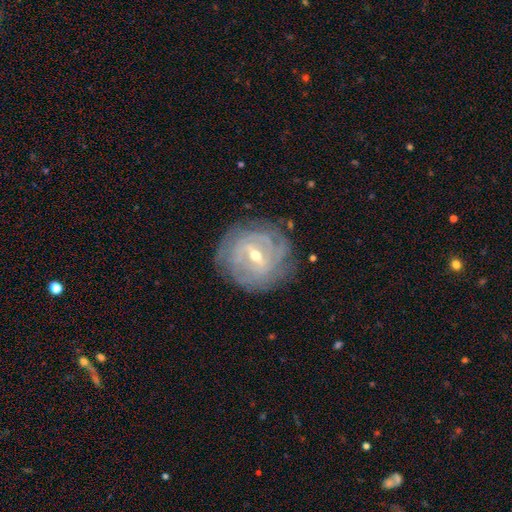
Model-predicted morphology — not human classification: smooth_or_featured: featured or disk (p=0.86) [alt: smooth p=0.08]
disk_edge_on: no (p=0.96) [alt: yes p=0.04]
bar: weak (p=0.51) [alt: strong p=0.35]
has_spiral_arms: yes (p=0.92) [alt: no p=0.08]
spiral_winding: tight (p=0.77) [alt: medium p=0.18]
spiral_arm_count: can't tell (p=0.43) [alt: 3 p=0.16]
bulge_size: moderate (p=0.53) [alt: small p=0.44]
merging: none (p=0.79) [alt: minor disturbance p=0.14]